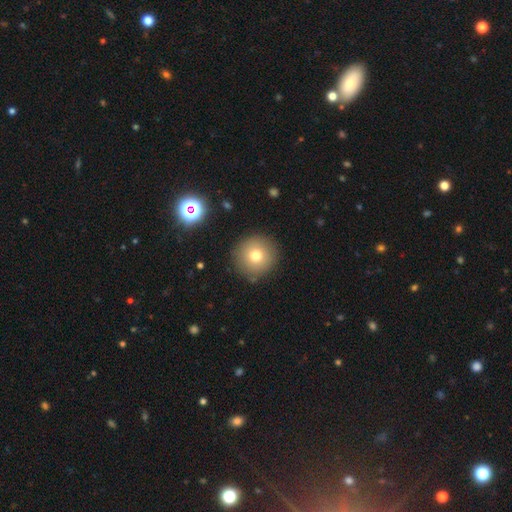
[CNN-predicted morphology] A smooth galaxy with no disk features (74%) that is round (95%). Merging: none (89%).